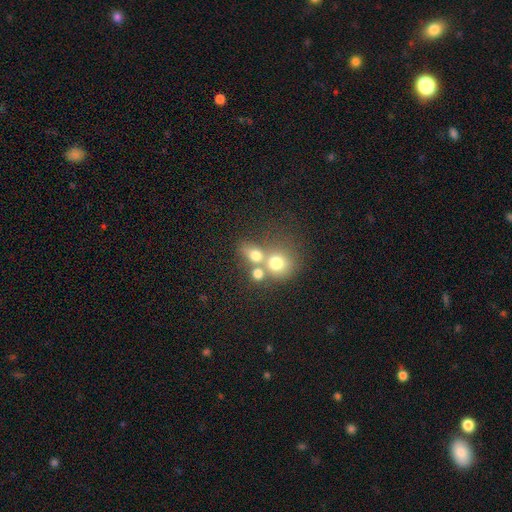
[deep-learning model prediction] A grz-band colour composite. It shows a smooth galaxy with no disk features (68%) that is round (69%). Merging: merger (50%).